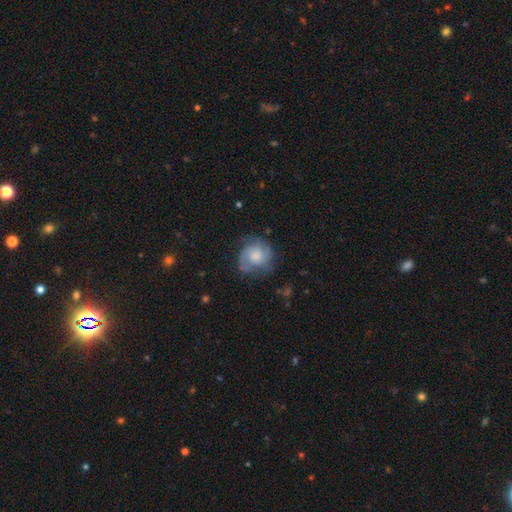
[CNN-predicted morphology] Smooth or featured: featured or disk — 61% (smooth — 32%)
Edge-on disk: no — 98% (yes — 2%)
Bar: no — 71% (weak — 26%)
Spiral arms: yes — 87% (no — 13%)
Spiral winding: tight — 44% (medium — 41%)
Spiral arm count: 2 — 45% (can't tell — 26%)
Bulge size: small — 40% (moderate — 39%)
Merging: none — 65% (minor disturbance — 22%)